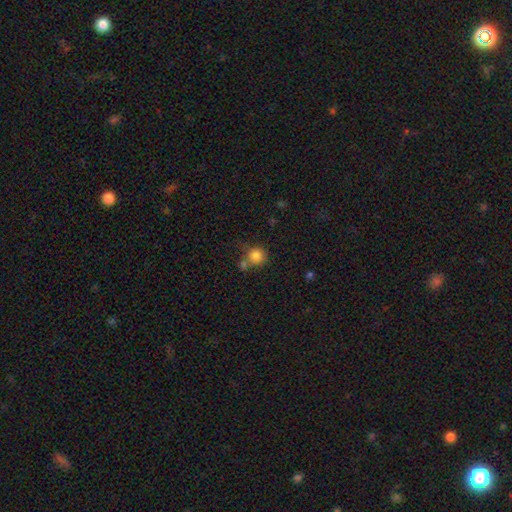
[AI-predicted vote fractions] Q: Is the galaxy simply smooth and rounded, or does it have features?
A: smooth — 84%.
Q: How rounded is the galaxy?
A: round — 91%.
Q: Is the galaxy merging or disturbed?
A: none — 58%.